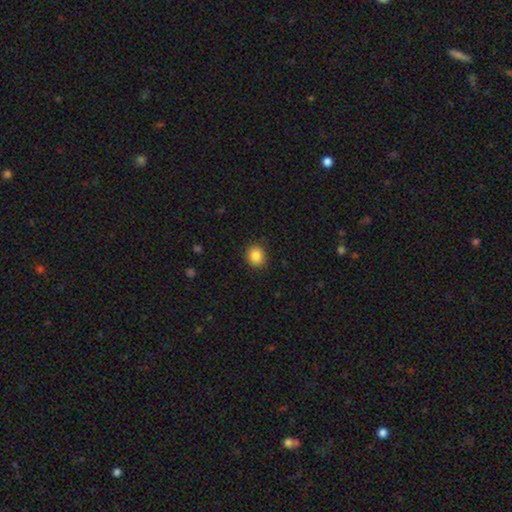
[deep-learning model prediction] Overall: smooth (86%). How rounded: round (75%). Merging: none (88%).